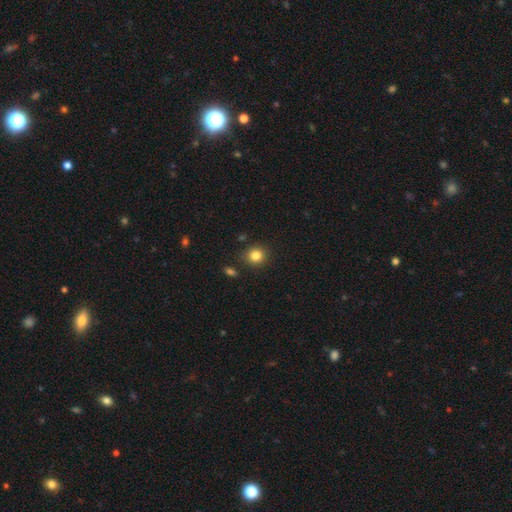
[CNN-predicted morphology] Overall: smooth (83%). How rounded: round (86%). Merging: none (86%).